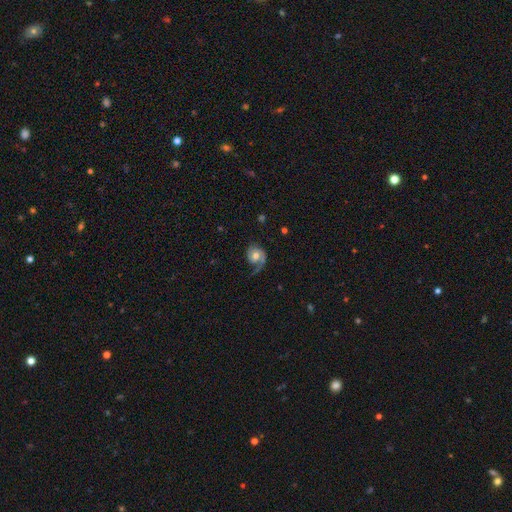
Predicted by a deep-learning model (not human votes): This is likely a featured or disk galaxy (74%). It is clearly not viewed edge-on (98%). Bar: likely no (72%). Spiral arm pattern: clearly yes (93%). Spiral arm count: possibly 1 (54%). Spiral winding: marginally medium (40%). Central bulge: likely moderate (68%). Merging: possibly none (52%).